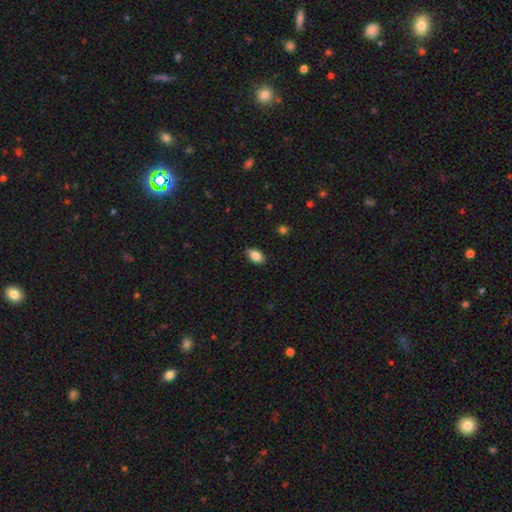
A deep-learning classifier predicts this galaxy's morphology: A smooth galaxy with no disk features (85%) that is in between round and cigar-shaped (91%). Merging: none (83%).